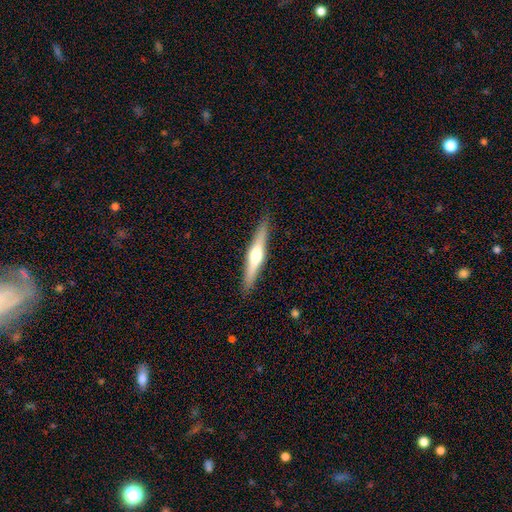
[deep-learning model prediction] Q: Smooth or featured?
A: featured or disk (63%); runner-up: smooth (32%)
Q: Edge-on disk?
A: yes (96%); runner-up: no (4%)
Q: Edge-on bulge?
A: rounded (91%); runner-up: none (5%)
Q: Merging?
A: none (90%); runner-up: minor disturbance (7%)